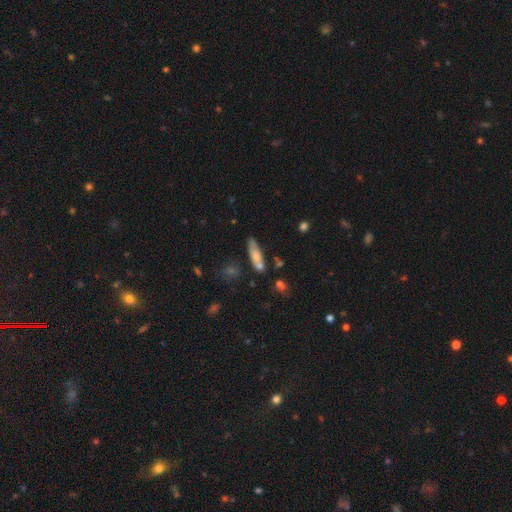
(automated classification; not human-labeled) The model was most divided on "how rounded": cigar-shaped: 57%, in between: 41%, round: 3%. More confident: smooth or featured — smooth (68%); merging — none (62%).